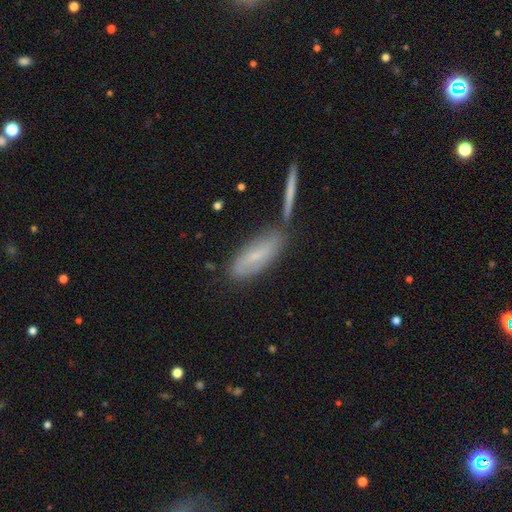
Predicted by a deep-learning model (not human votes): Smooth or featured? smooth (55%)
How rounded? in between (60%)
Merging? none (58%)